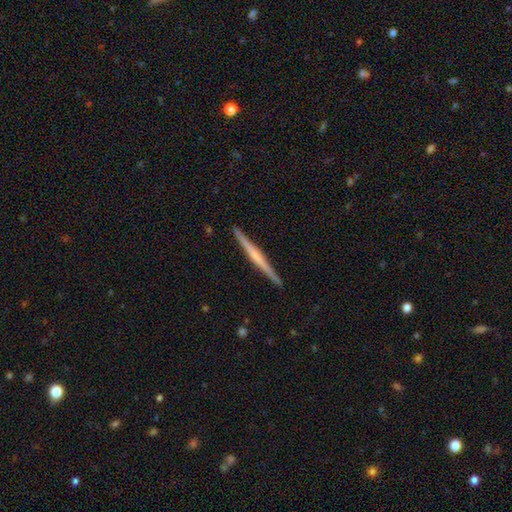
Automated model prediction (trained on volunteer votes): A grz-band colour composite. It shows a featured or disk galaxy (66%) viewed edge-on (98%) with no central bulge (52%). Merging: none (92%).